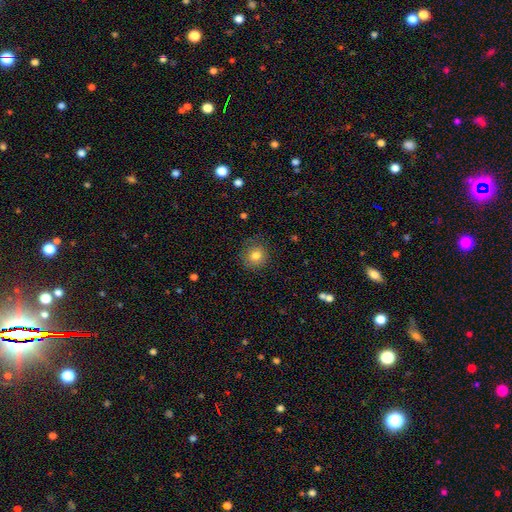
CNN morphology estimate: A smooth galaxy with no disk features (80%) that is round (87%).

Vote fractions:
- Smooth or featured? smooth: 80% / star or artifact: 11% / featured or disk: 9%
- How rounded? round: 87% / in between: 12% / cigar-shaped: 1%
- Merging? none: 82% / minor disturbance: 13% / major disturbance: 4% / merger: 1%